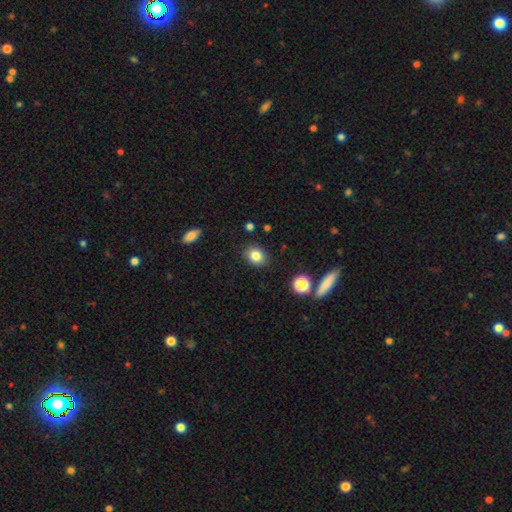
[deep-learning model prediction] Morphology: type=smooth (82%); roundness=round (54%); merging=none (88%).